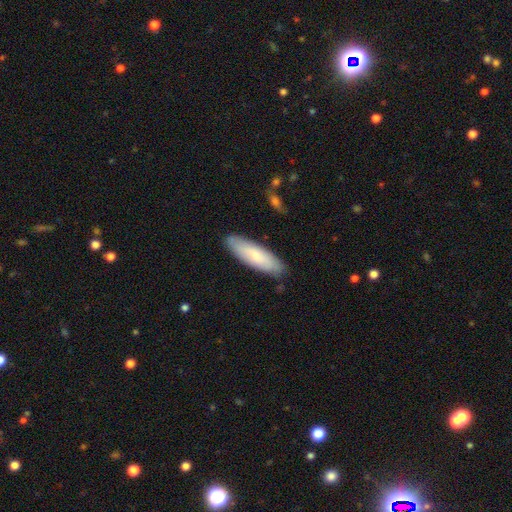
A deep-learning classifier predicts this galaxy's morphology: The model was most divided on "how rounded": cigar-shaped: 54%, in between: 45%, round: 2%. More confident: merging — none (85%); smooth or featured — smooth (71%).